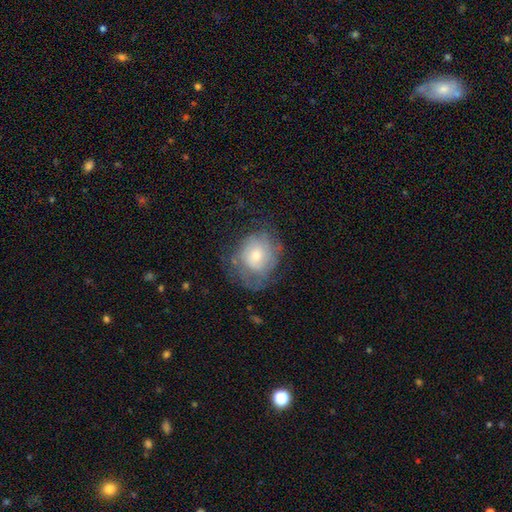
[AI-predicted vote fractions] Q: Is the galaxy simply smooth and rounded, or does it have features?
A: featured or disk — 52%.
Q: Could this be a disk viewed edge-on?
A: no — 97%.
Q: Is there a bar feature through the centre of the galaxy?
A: no — 78%.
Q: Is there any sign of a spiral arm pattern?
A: yes — 71%.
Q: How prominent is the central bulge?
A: moderate — 46%, tied with small.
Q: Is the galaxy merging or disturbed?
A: none — 58%.